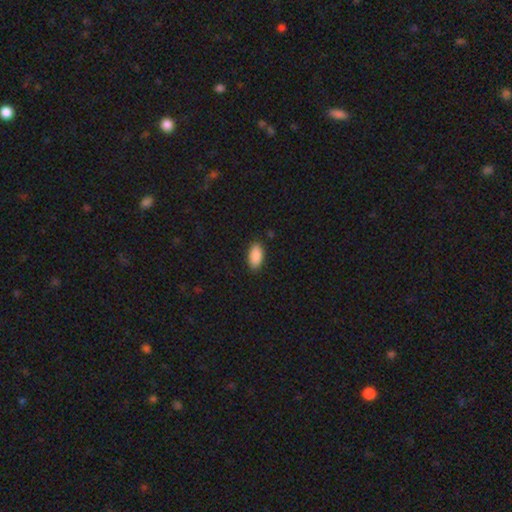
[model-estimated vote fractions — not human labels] smooth-or-featured: smooth: 90% | star or artifact: 7% | featured or disk: 4%
  how-rounded: in between: 93% | cigar-shaped: 5% | round: 2%
  merging: none: 88% | minor disturbance: 9% | major disturbance: 2% | merger: 1%